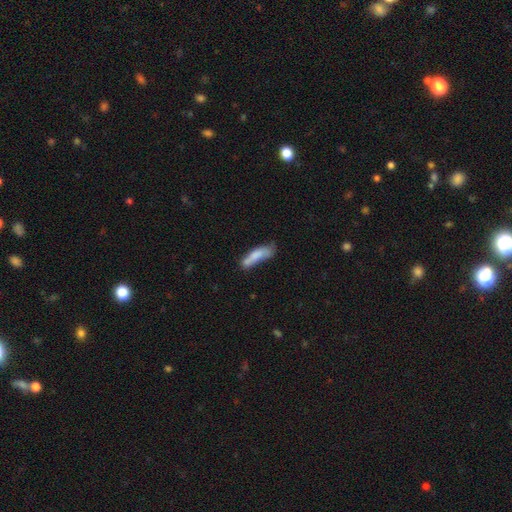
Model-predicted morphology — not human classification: smooth 71%, featured or disk 21%, star or artifact 8%. Down the decision tree: how rounded — cigar-shaped (61%); merging — none (38%).